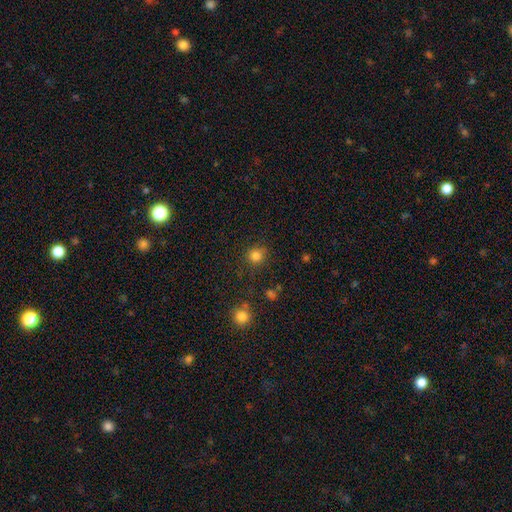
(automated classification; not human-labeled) A smooth galaxy with no disk features (82%) that is round (89%).

Vote fractions:
- Smooth or featured? smooth: 82% / star or artifact: 14% / featured or disk: 4%
- How rounded? round: 89% / in between: 10% / cigar-shaped: 1%
- Merging? none: 84% / minor disturbance: 9% / major disturbance: 4% / merger: 3%